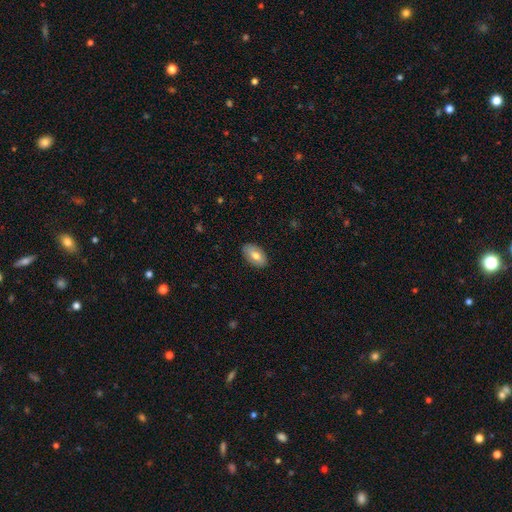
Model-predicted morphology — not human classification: This is likely a smooth galaxy (73%). How rounded: clearly in between (93%). Merging: clearly none (86%).